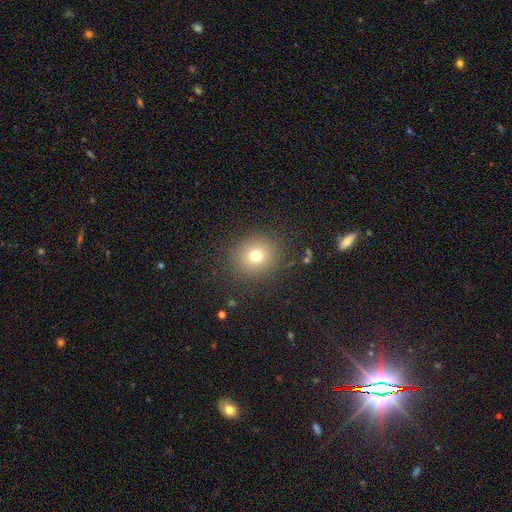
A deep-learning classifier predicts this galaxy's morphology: Smooth or featured? Predicted: smooth (p=0.73). How rounded? Predicted: round (p=0.83). Merging? Predicted: none (p=0.86).